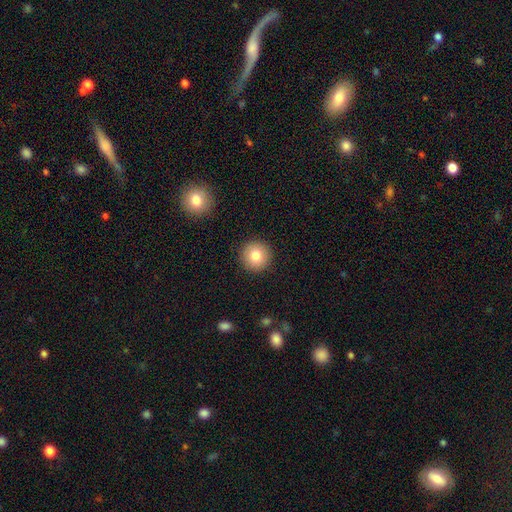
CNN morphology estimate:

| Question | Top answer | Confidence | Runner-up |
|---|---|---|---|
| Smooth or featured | smooth | 80% | featured or disk (11%) |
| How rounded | round | 96% | in between (3%) |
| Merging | none | 92% | minor disturbance (5%) |